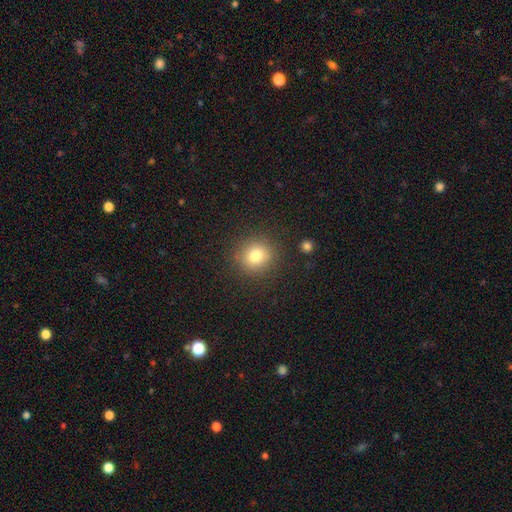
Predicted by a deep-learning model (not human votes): smooth_or_featured: smooth (p=0.79) [alt: star or artifact p=0.12]
how_rounded: round (p=0.90) [alt: in between p=0.09]
merging: none (p=0.88) [alt: minor disturbance p=0.07]